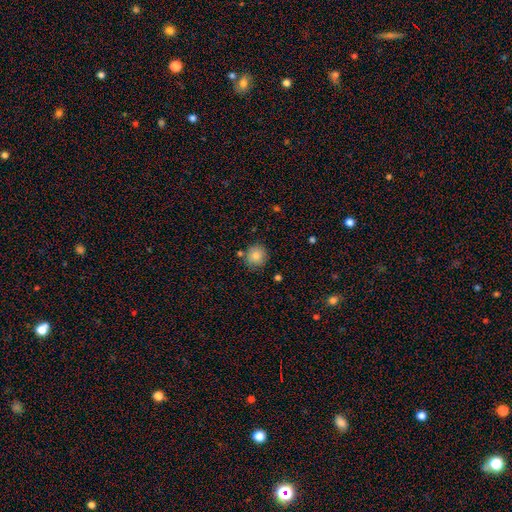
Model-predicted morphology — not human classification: type=smooth (82%); roundness=round (93%); merging=none (82%).